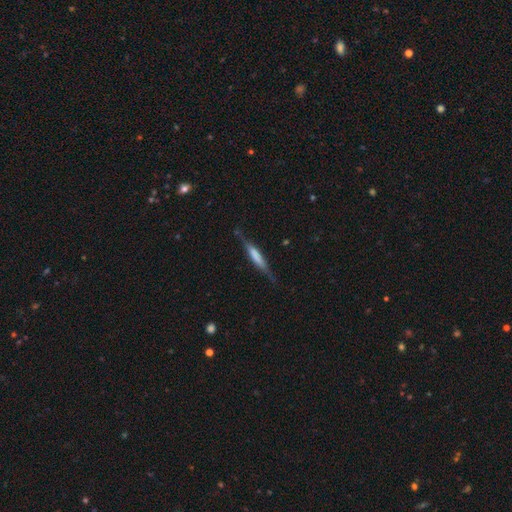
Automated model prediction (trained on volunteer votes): Smooth or featured: featured or disk — 52% (smooth — 42%)
Edge-on disk: yes — 94% (no — 6%)
Merging: none — 78% (minor disturbance — 16%)